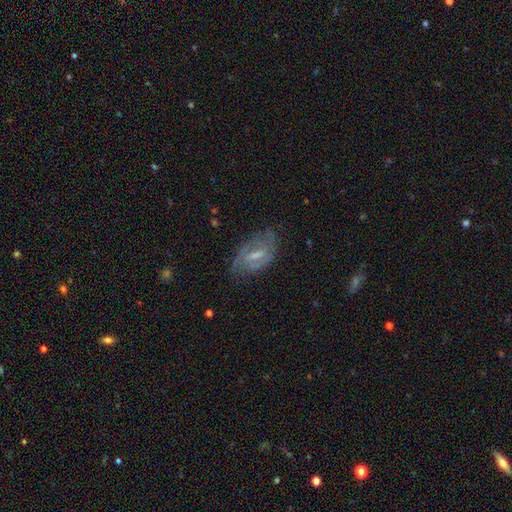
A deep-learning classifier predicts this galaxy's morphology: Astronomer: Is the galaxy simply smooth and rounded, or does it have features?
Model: featured or disk — 71%.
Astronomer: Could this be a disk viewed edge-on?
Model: no — 93%.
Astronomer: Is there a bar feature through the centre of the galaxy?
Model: weak — 52% (runner-up: strong, 31%).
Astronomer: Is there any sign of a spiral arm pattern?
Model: yes — 84%.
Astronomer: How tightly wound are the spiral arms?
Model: medium — 44% (runner-up: tight, 38%).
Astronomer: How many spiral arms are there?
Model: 2 — 63%.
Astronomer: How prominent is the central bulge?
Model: moderate — 40% (runner-up: small, 38%).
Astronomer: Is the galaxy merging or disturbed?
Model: none — 64%.